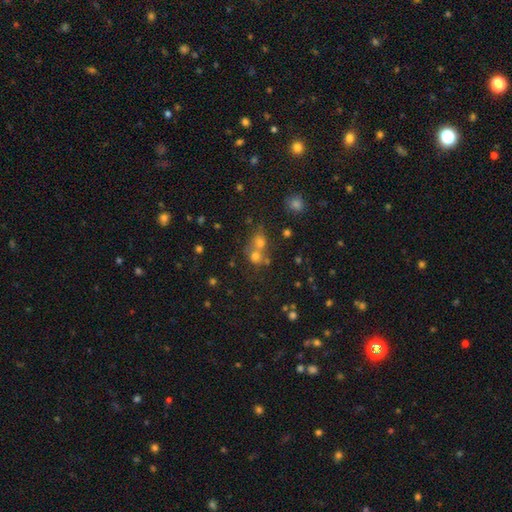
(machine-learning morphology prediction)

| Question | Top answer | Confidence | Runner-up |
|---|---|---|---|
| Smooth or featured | smooth | 49% | star or artifact (38%) |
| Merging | none | 48% | merger (40%) |